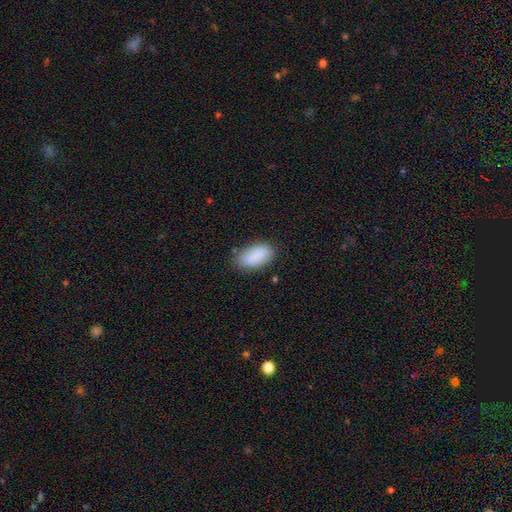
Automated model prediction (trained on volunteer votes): smooth_or_featured: smooth (p=0.88) [alt: star or artifact p=0.07]
how_rounded: in between (p=0.93) [alt: cigar-shaped p=0.04]
merging: none (p=0.80) [alt: minor disturbance p=0.15]